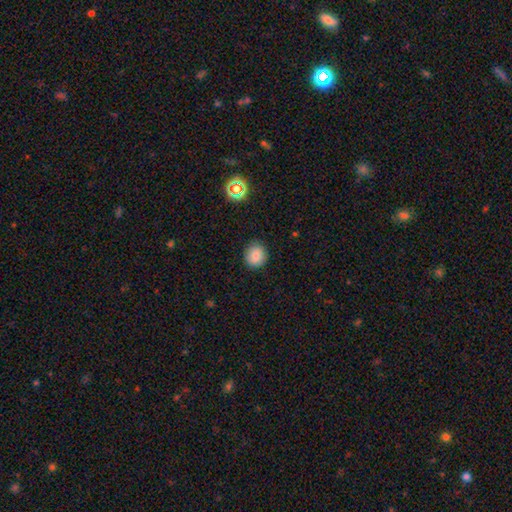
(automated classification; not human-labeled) A smooth galaxy with no disk features (83%) that is round (81%). Merging: none (88%).